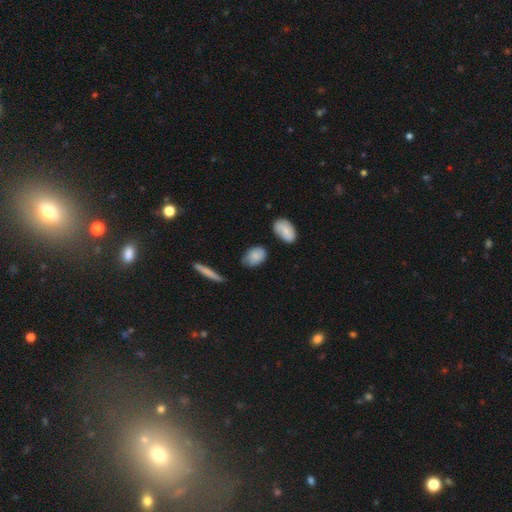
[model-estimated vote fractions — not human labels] smooth 78%, featured or disk 15%, star or artifact 8%. Down the decision tree: how rounded — in between (82%); merging — none (63%).